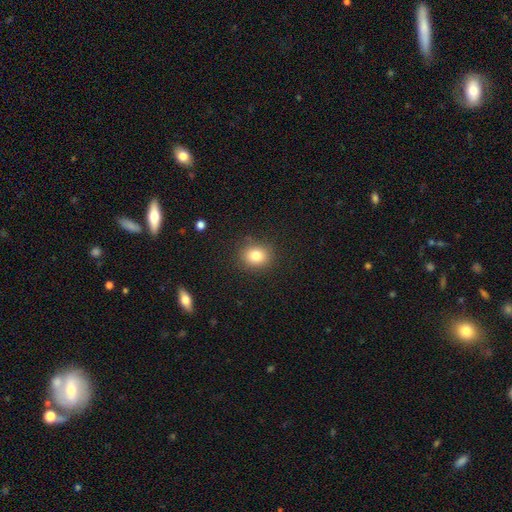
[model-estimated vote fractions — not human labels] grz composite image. It shows a smooth galaxy with no disk features (81%) that is round (74%). Merging: none (85%).